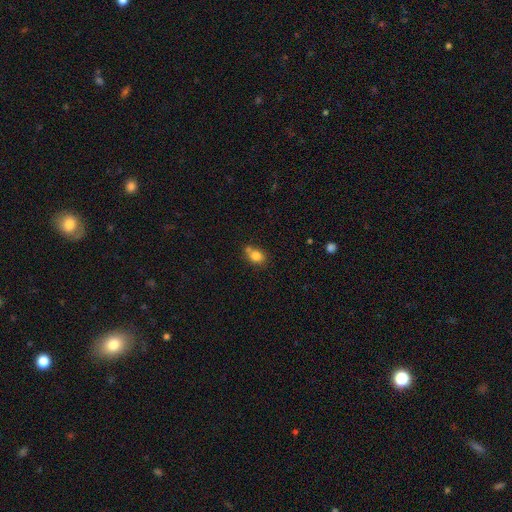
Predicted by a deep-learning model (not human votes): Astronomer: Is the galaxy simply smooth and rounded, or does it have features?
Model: smooth — 80%.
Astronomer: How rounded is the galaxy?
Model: in between — 51% (runner-up: round, 48%).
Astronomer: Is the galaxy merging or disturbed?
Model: none — 51% (runner-up: merger, 26%).